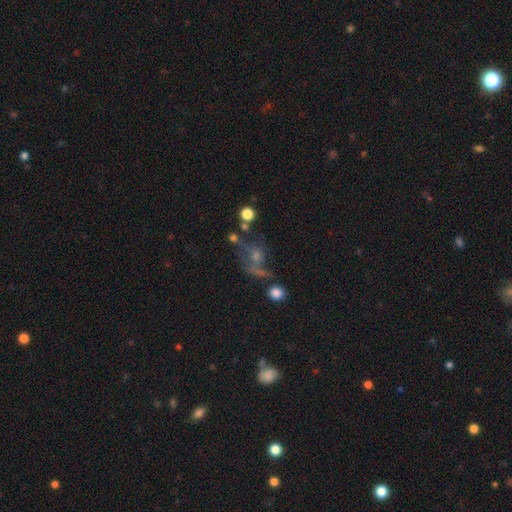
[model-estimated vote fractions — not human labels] This appears to be a featured or disk galaxy (44%). Merging: none (39%).